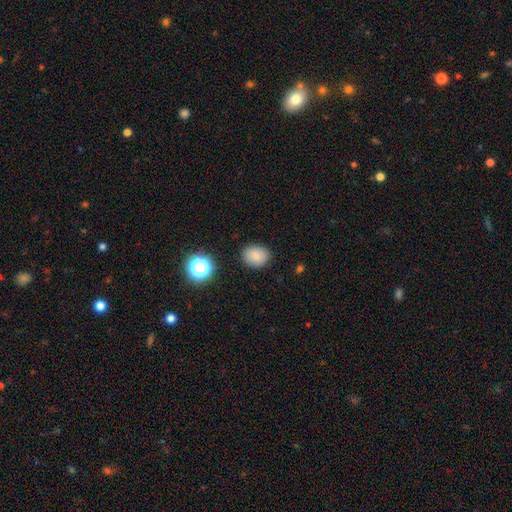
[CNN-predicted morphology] Smooth or featured: smooth — 82% (star or artifact — 11%)
How rounded: round — 52% (in between — 47%)
Merging: none — 85% (minor disturbance — 10%)